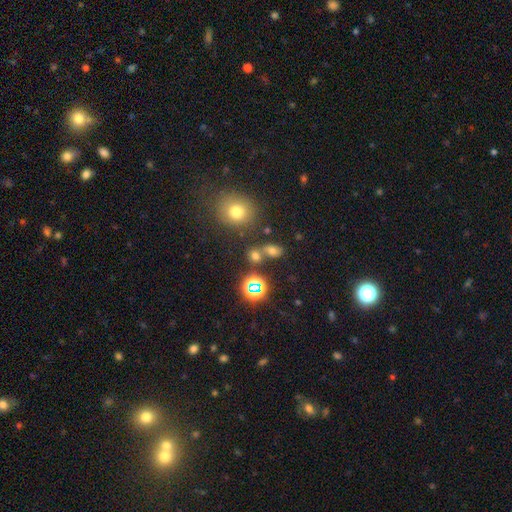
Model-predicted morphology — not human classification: A smooth galaxy with no disk features (55%) that is in between round and cigar-shaped (52%).

Vote fractions:
- Smooth or featured? smooth: 55% / star or artifact: 34% / featured or disk: 12%
- How rounded? in between: 52% / round: 45% / cigar-shaped: 3%
- Merging? none: 55% / merger: 29% / minor disturbance: 11% / major disturbance: 6%